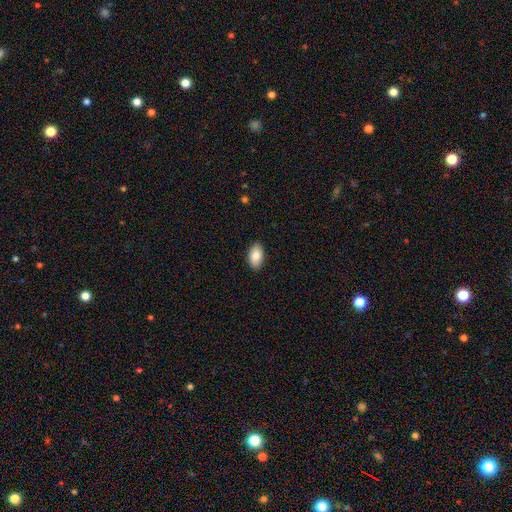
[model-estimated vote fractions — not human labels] The model was most divided on "smooth or featured": smooth: 86%, featured or disk: 8%, star or artifact: 7%. More confident: how rounded — in between (94%); merging — none (90%).